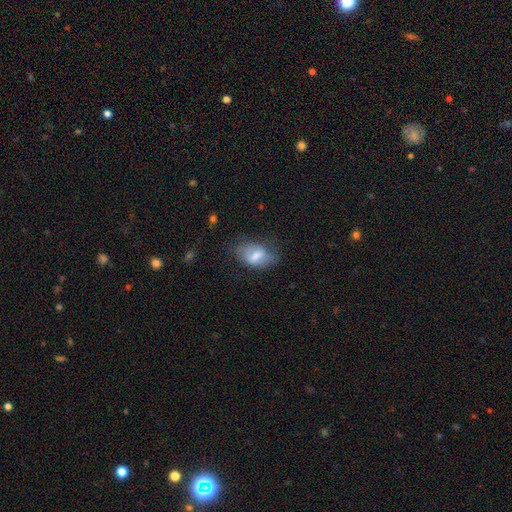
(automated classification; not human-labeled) Smooth or featured? smooth (57%)
How rounded? in between (88%)
Merging? none (56%)